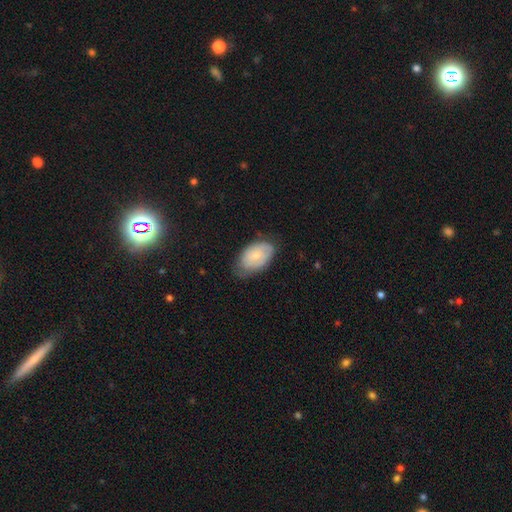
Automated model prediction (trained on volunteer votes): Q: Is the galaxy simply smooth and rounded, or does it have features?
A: smooth — 59%.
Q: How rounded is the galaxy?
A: in between — 93%.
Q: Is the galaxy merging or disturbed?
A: none — 57%.